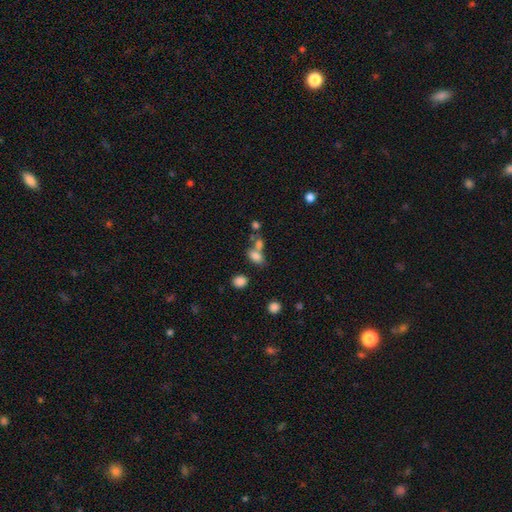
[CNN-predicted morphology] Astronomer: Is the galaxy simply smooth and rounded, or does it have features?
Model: smooth — 78%.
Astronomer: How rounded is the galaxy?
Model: in between — 81%.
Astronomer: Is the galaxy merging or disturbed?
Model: merger — 44% (runner-up: none, 39%).